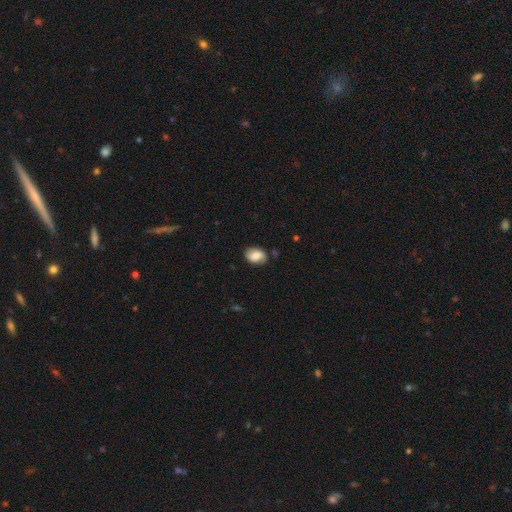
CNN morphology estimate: type=smooth (71%); roundness=in between (80%); merging=none (74%).